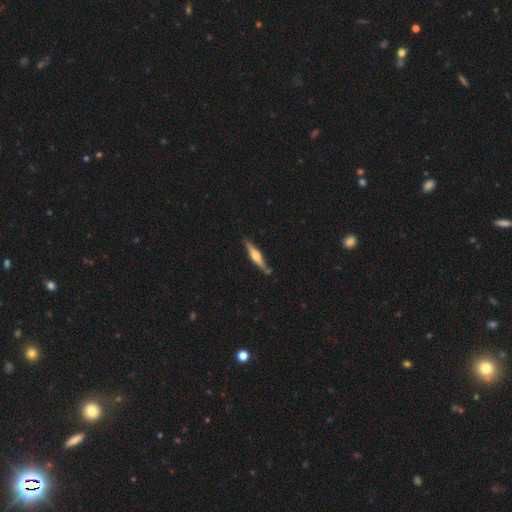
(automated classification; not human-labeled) A featured or disk galaxy (60%) viewed edge-on (95%) with a rounded central bulge (85%). Merging: none (80%).